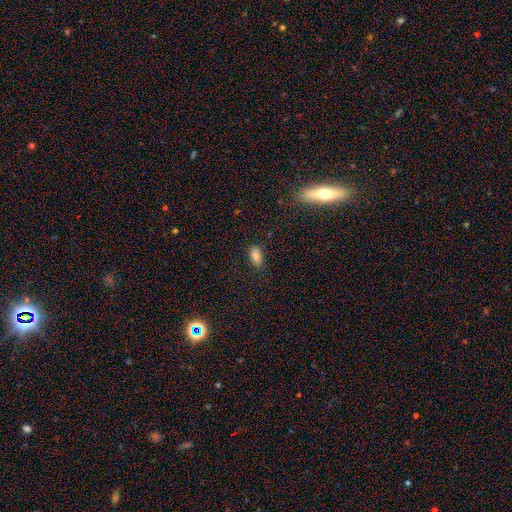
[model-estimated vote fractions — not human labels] smooth-or-featured: smooth: 80% | star or artifact: 11% | featured or disk: 10%
  how-rounded: in between: 89% | cigar-shaped: 6% | round: 5%
  merging: none: 85% | minor disturbance: 11% | major disturbance: 3% | merger: 1%